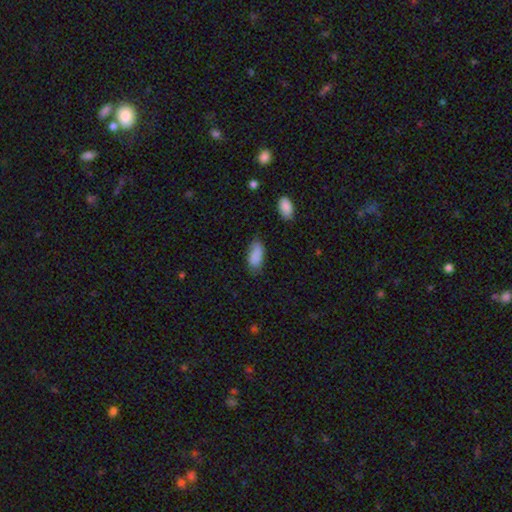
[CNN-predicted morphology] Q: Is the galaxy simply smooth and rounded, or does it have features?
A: smooth — 87%.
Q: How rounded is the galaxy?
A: in between — 91%.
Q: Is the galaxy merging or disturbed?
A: none — 65%.